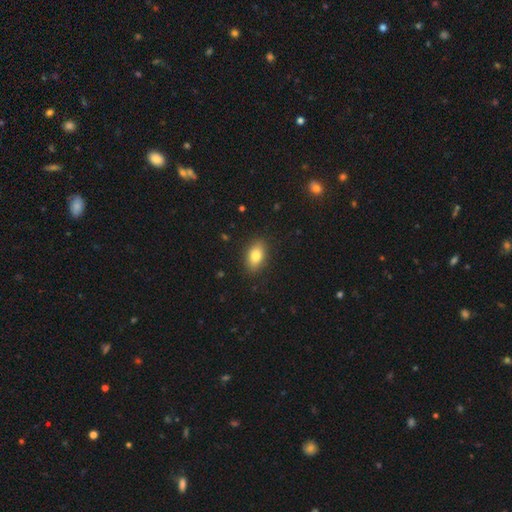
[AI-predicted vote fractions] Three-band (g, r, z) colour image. It shows a smooth galaxy with no disk features (80%) that is in between round and cigar-shaped (87%). Merging: none (87%).